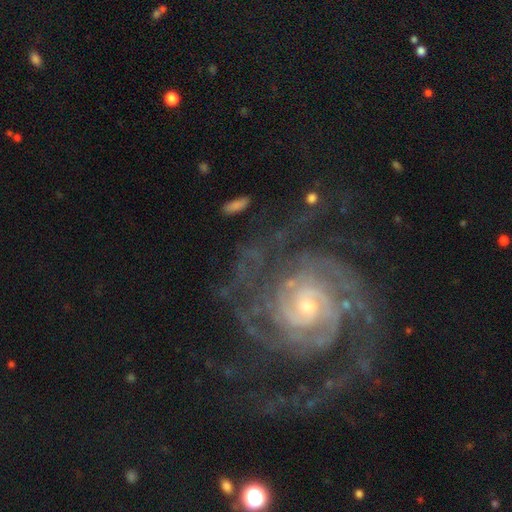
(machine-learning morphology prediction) This is clearly a featured or disk galaxy (91%). It is clearly not viewed edge-on (98%). Bar: possibly no (56%). Spiral arm pattern: clearly yes (98%). Spiral arm count: marginally 2 (38%). Spiral winding: likely tight (71%). Central bulge: possibly small (56%). Merging: likely none (70%).